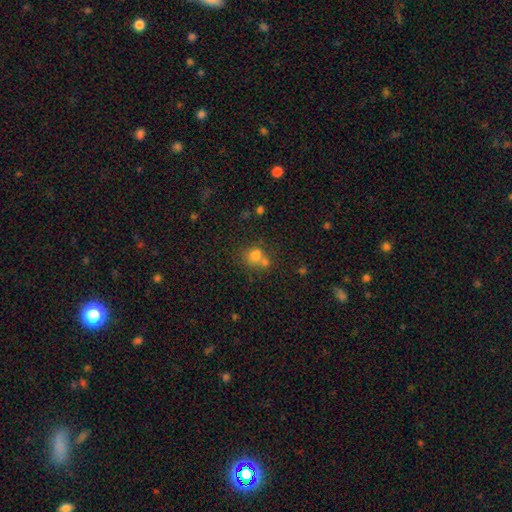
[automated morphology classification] Q: Smooth or featured?
A: smooth (74%); runner-up: star or artifact (15%)
Q: How rounded?
A: round (72%); runner-up: in between (27%)
Q: Merging?
A: none (44%); runner-up: merger (41%)